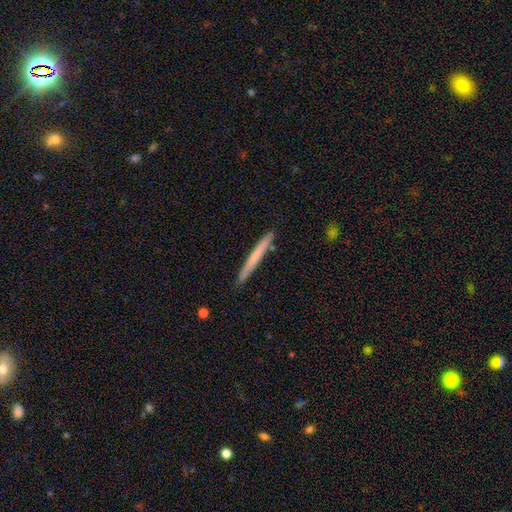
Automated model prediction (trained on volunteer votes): Overall: smooth (61%; featured or disk 34%). How rounded: cigar-shaped (97%). Merging: none (90%).